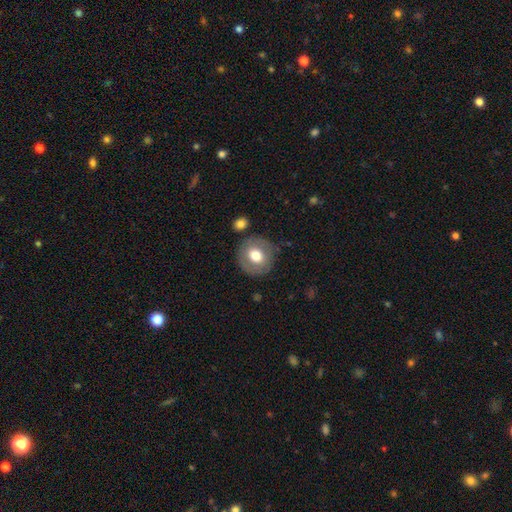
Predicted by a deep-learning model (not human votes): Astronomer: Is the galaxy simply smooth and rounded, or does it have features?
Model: smooth — 65%.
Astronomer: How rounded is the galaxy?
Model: round — 88%.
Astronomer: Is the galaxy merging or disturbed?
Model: none — 82%.